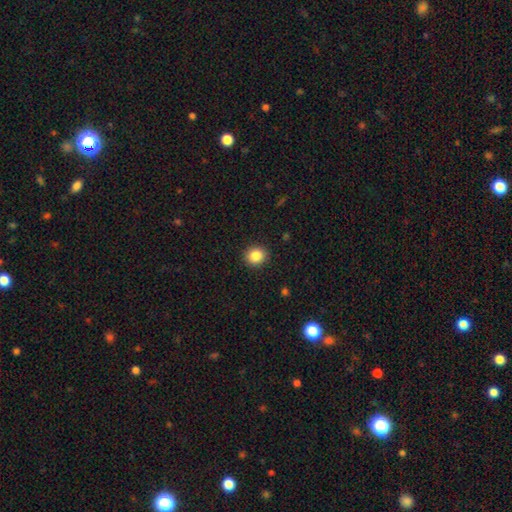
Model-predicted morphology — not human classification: Smooth or featured? Predicted: smooth (p=0.85). How rounded? Predicted: round (p=0.80). Merging? Predicted: none (p=0.91).